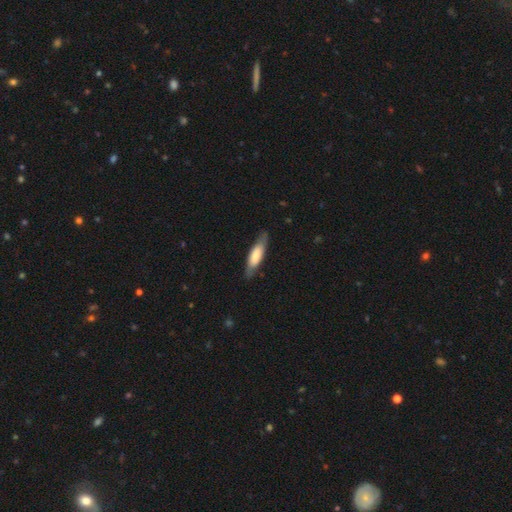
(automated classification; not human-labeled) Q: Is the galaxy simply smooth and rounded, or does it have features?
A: smooth — 66%.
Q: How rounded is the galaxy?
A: cigar-shaped — 59%.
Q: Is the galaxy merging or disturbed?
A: none — 78%.